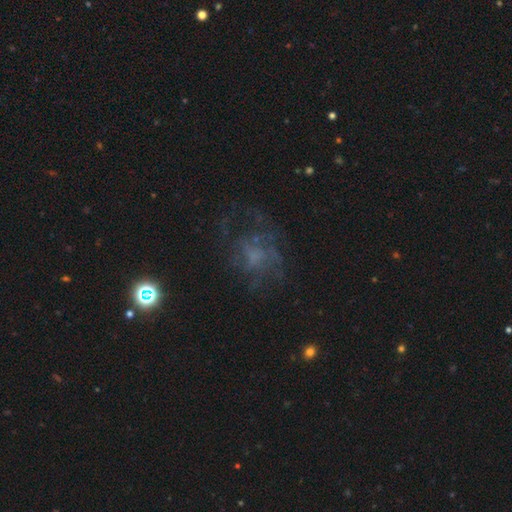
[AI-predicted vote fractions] Overall: featured or disk (53%; smooth 25%). Edge-on disk: no (97%). Bar: no (81%). Spiral arms: no (52%; yes 48%). Bulge size: none (46%; small 28%). Merging: none (54%; major disturbance 27%).